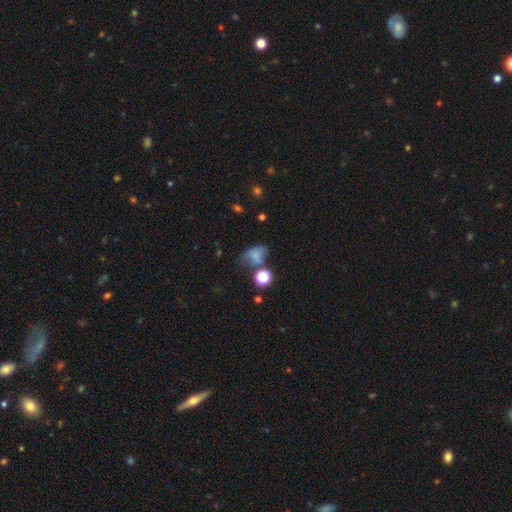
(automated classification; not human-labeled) This is likely a smooth galaxy (68%). How rounded: likely in between (71%). Merging: marginally none (34%).